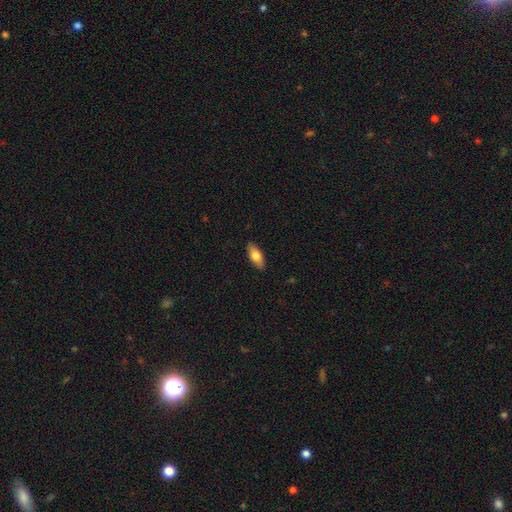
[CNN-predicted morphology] Q: Smooth or featured?
A: smooth (71%); runner-up: featured or disk (23%)
Q: How rounded?
A: in between (77%); runner-up: cigar-shaped (20%)
Q: Merging?
A: none (89%); runner-up: minor disturbance (8%)